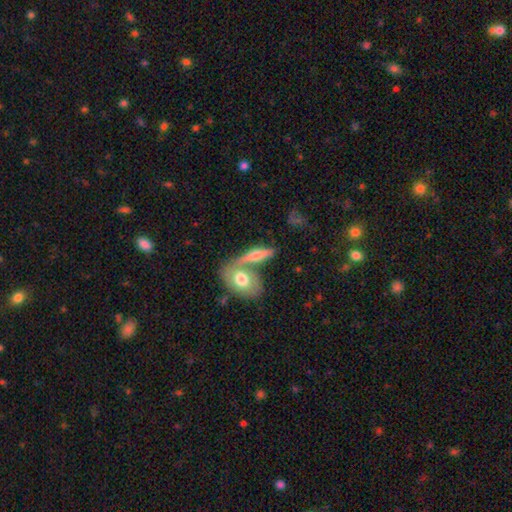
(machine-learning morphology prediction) A smooth galaxy with no disk features (48%). Merging: merger (46%).